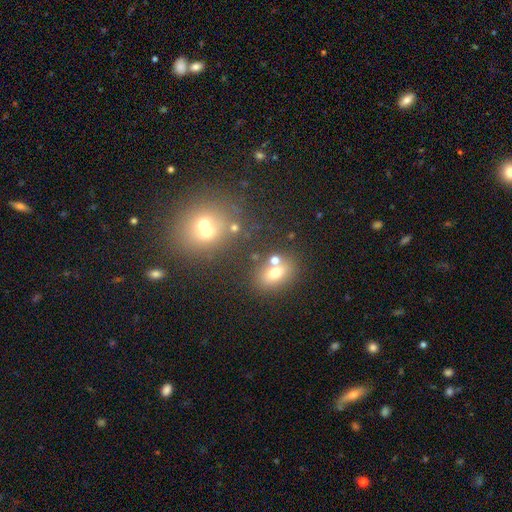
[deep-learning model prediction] A smooth galaxy with no disk features (52%) that is round (57%). Merging: none (57%).